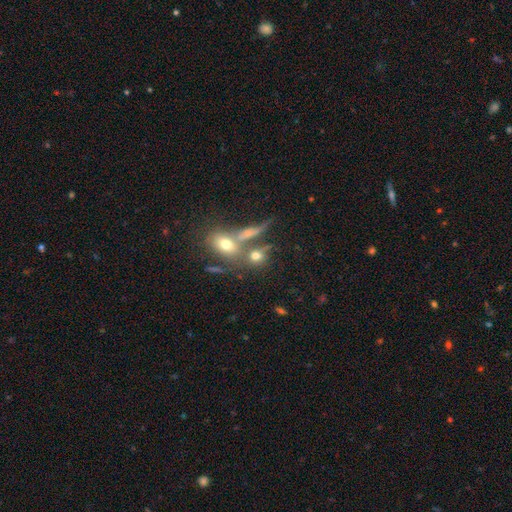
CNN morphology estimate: Overall: smooth (67%). How rounded: round (60%; in between 33%). Merging: none (47%; merger 34%).